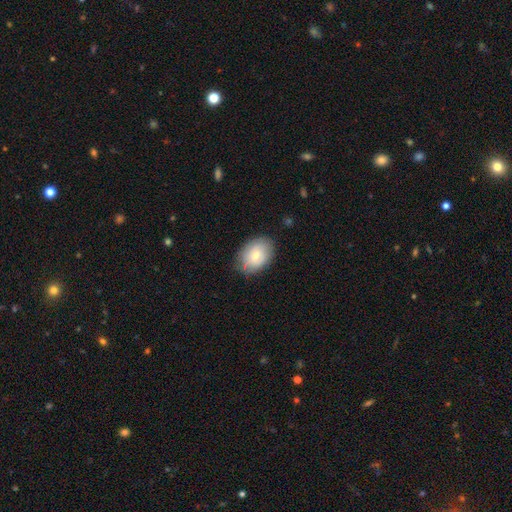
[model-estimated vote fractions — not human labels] This appears to be a smooth galaxy with no disk features (67%) that is in between round and cigar-shaped (75%). Merging: none (79%).